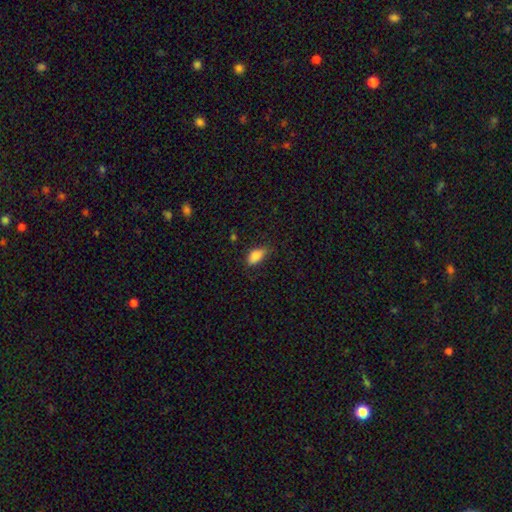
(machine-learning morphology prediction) Smooth or featured? smooth (85%)
How rounded? in between (90%)
Merging? none (66%)